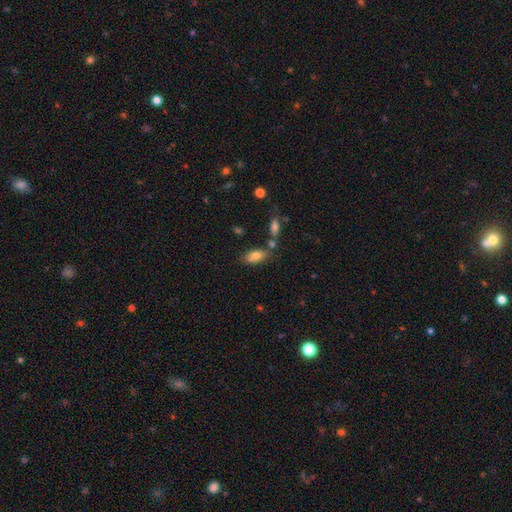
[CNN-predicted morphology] Smooth or featured?
  - smooth: 76% *
  - featured or disk: 16%
  - star or artifact: 8%
How rounded?
  - in between: 86% *
  - cigar-shaped: 11%
  - round: 3%
Merging?
  - none: 65% *
  - minor disturbance: 16%
  - merger: 15%
  - major disturbance: 4%